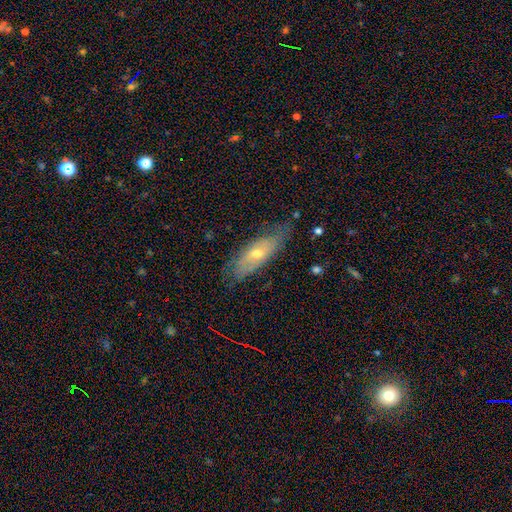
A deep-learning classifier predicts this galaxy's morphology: A featured or disk galaxy (60%).

Vote fractions:
- Smooth or featured? featured or disk: 60% / smooth: 29% / star or artifact: 11%
- Edge-on disk? no: 62% / yes: 38%
- Merging? none: 74% / minor disturbance: 20% / major disturbance: 5% / merger: 1%